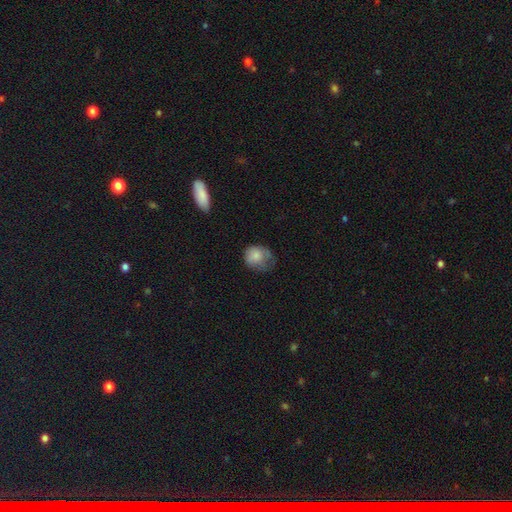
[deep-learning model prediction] A smooth galaxy with no disk features (78%) that is round (63%).

Vote fractions:
- Smooth or featured? smooth: 78% / featured or disk: 13% / star or artifact: 8%
- How rounded? round: 63% / in between: 37% / cigar-shaped: 1%
- Merging? minor disturbance: 37% / none: 35% / major disturbance: 26% / merger: 2%